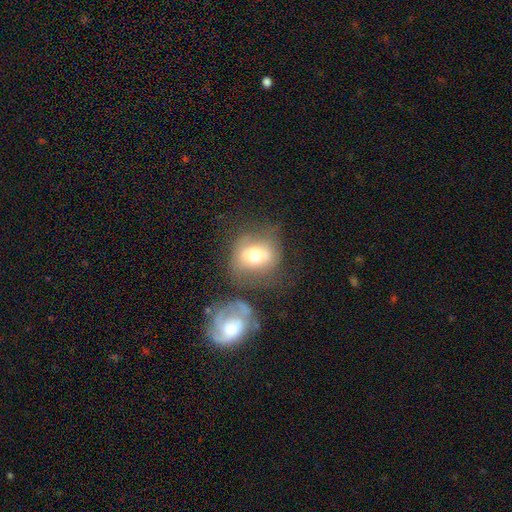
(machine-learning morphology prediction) This is possibly a smooth galaxy (55%). How rounded: likely round (70%). Merging: possibly none (47%).